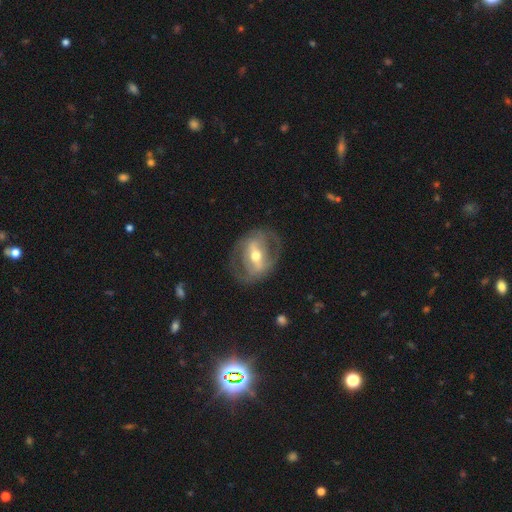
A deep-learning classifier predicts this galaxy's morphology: This appears to be a featured or disk galaxy (76%) with a strong bar (63%), no spiral arms (53%) and a moderate central bulge (72%). Merging: none (73%).